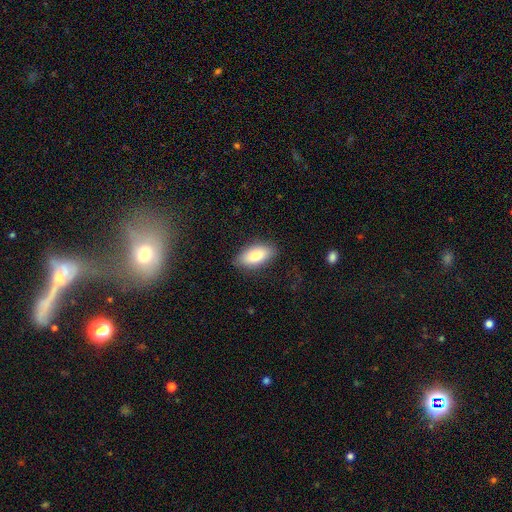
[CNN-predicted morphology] A smooth galaxy with no disk features (83%) that is in between round and cigar-shaped (91%). Merging: none (83%).